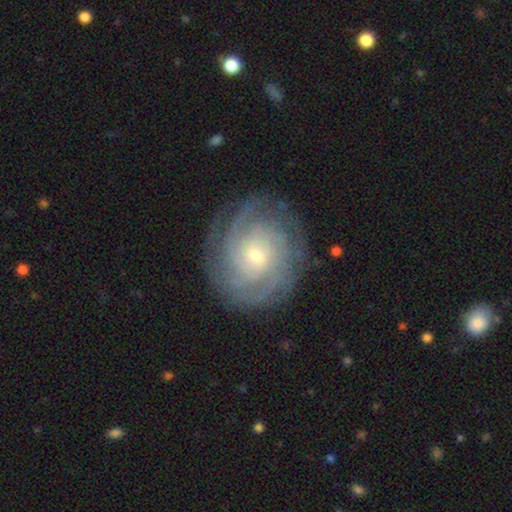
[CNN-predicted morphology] smooth_or_featured: featured or disk (p=0.84) [alt: smooth p=0.10]
disk_edge_on: no (p=0.97) [alt: yes p=0.03]
bar: no (p=0.68) [alt: weak p=0.26]
has_spiral_arms: yes (p=0.97) [alt: no p=0.03]
spiral_winding: tight (p=0.77) [alt: medium p=0.20]
spiral_arm_count: can't tell (p=0.30) [alt: 4 p=0.22]
bulge_size: small (p=0.65) [alt: moderate p=0.31]
merging: none (p=0.83) [alt: minor disturbance p=0.12]